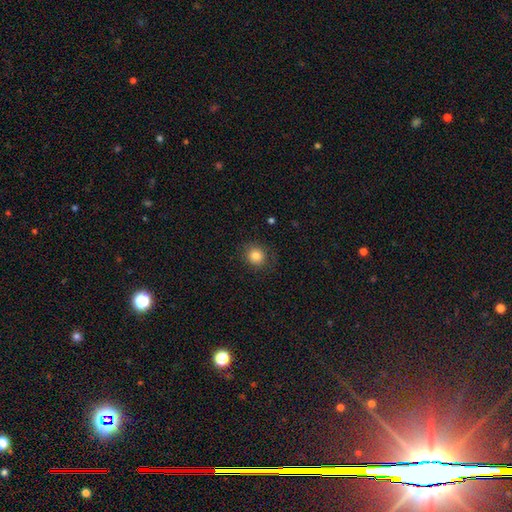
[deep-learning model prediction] Smooth or featured: smooth — 84% (star or artifact — 11%)
How rounded: round — 83% (in between — 16%)
Merging: none — 83% (minor disturbance — 12%)